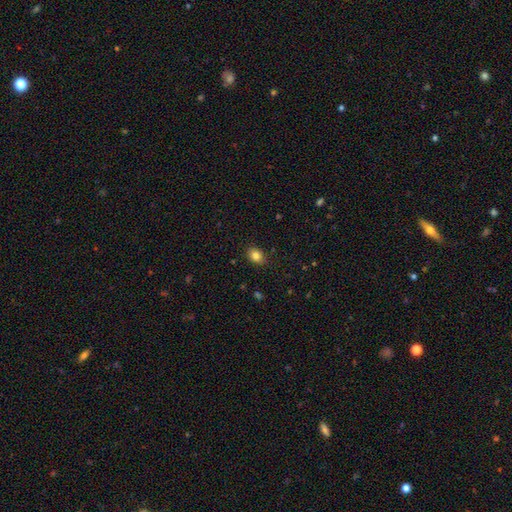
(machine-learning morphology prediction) This appears to be a smooth galaxy with no disk features (84%) that is in between round and cigar-shaped (65%). Merging: none (87%).